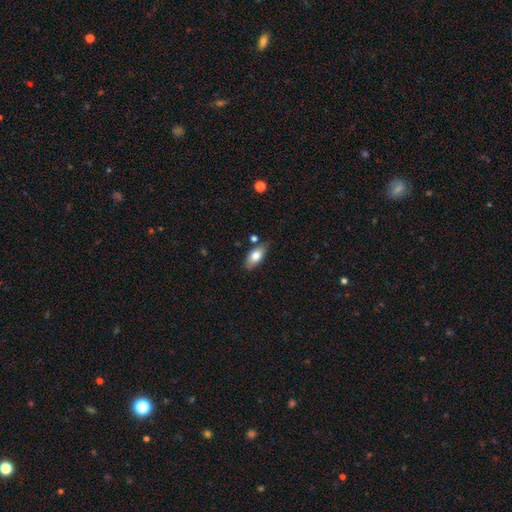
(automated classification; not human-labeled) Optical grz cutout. It shows a smooth galaxy with no disk features (78%) that is in between round and cigar-shaped (90%). Merging: none (72%).